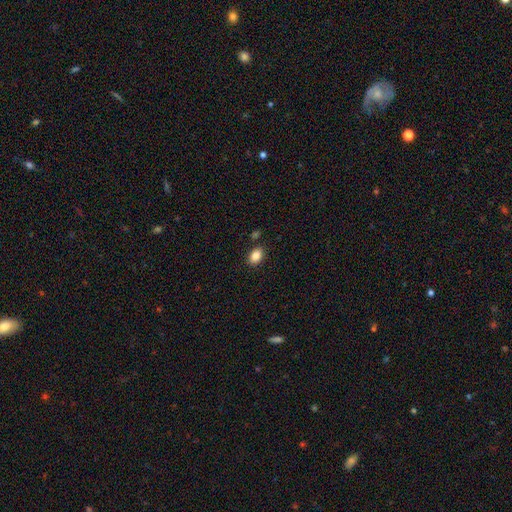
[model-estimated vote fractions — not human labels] Overall: smooth (86%). How rounded: in between (82%). Merging: none (84%).